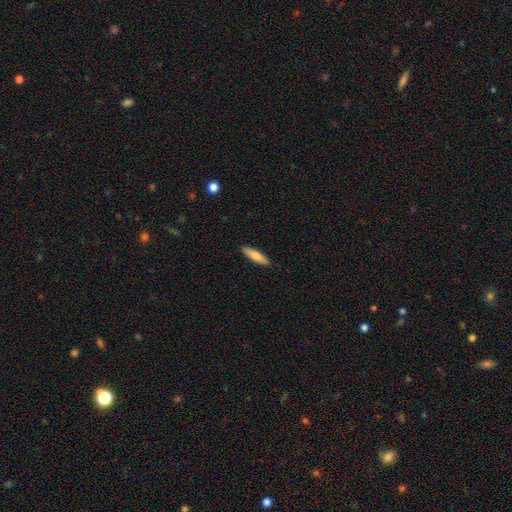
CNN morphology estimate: Q: Smooth or featured?
A: smooth (72%); runner-up: featured or disk (22%)
Q: How rounded?
A: cigar-shaped (74%); runner-up: in between (24%)
Q: Merging?
A: none (91%); runner-up: minor disturbance (7%)